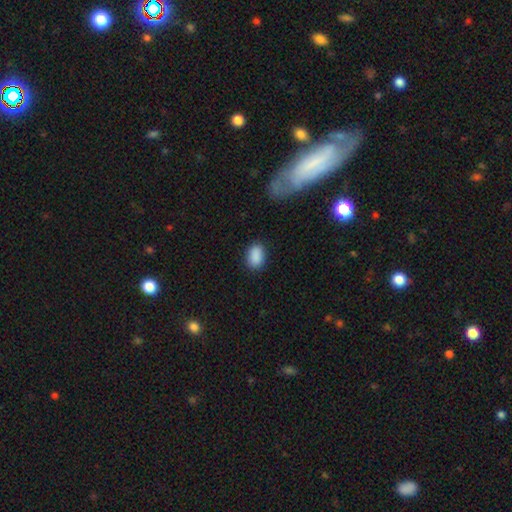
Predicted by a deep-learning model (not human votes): Q: Smooth or featured?
A: smooth (89%); runner-up: star or artifact (8%)
Q: How rounded?
A: in between (84%); runner-up: round (15%)
Q: Merging?
A: none (83%); runner-up: minor disturbance (13%)